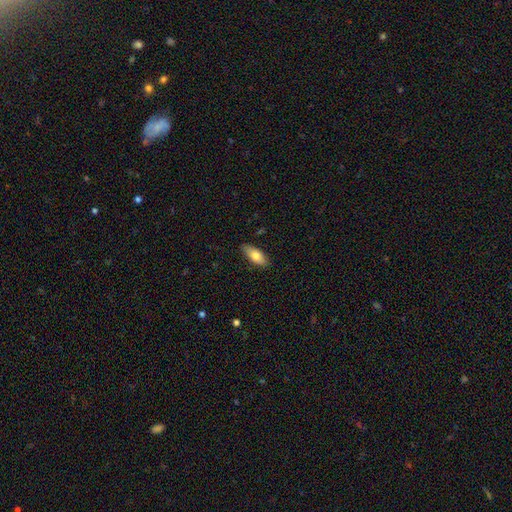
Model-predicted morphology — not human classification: smooth-or-featured: smooth: 74% | featured or disk: 20% | star or artifact: 6%
  how-rounded: in between: 80% | cigar-shaped: 17% | round: 3%
  merging: none: 87% | minor disturbance: 10% | major disturbance: 2% | merger: 1%